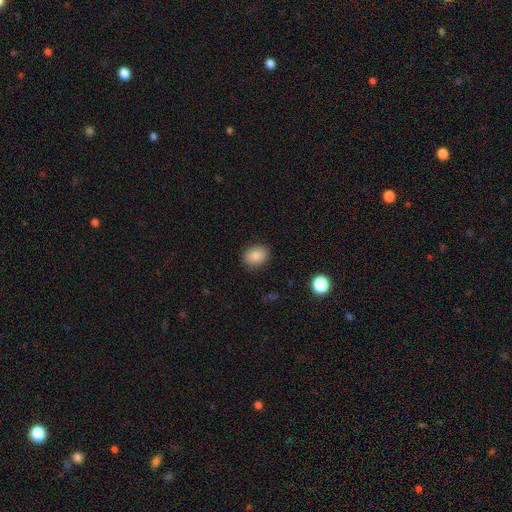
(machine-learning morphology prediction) This appears to be a smooth galaxy with no disk features (85%) that is in between round and cigar-shaped (57%). Merging: none (88%).